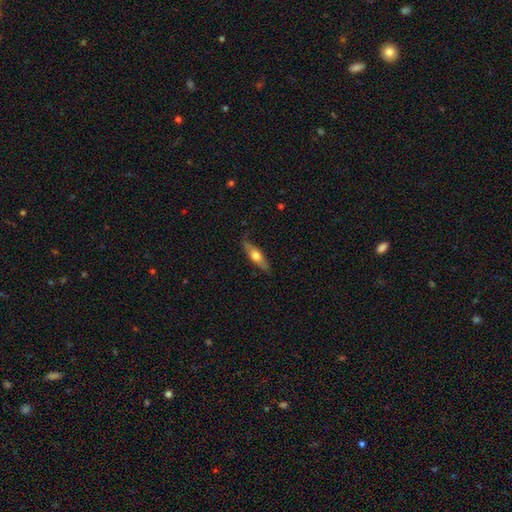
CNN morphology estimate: This appears to be a smooth galaxy with no disk features (53%) that is cigar-shaped (61%). Merging: none (81%).